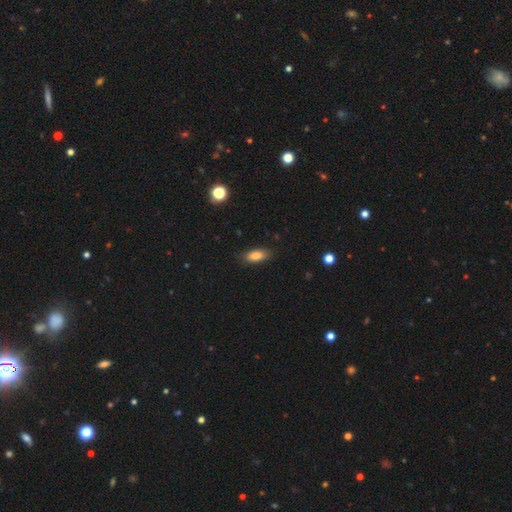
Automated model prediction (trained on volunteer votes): smooth_or_featured: smooth (p=0.83) [alt: featured or disk p=0.09]
how_rounded: in between (p=0.82) [alt: cigar-shaped p=0.14]
merging: none (p=0.85) [alt: minor disturbance p=0.11]